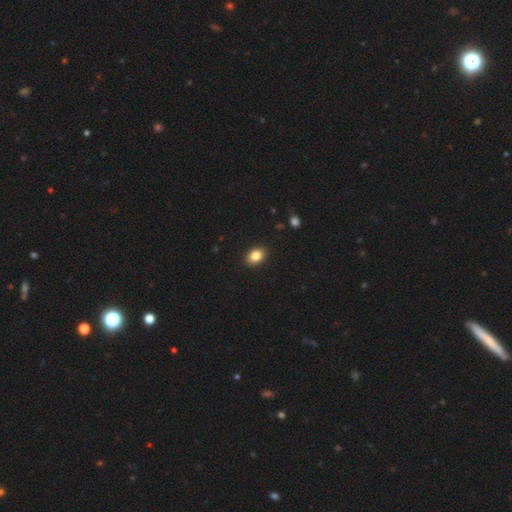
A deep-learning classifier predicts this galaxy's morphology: type=smooth (85%); roundness=in between (72%); merging=none (90%).